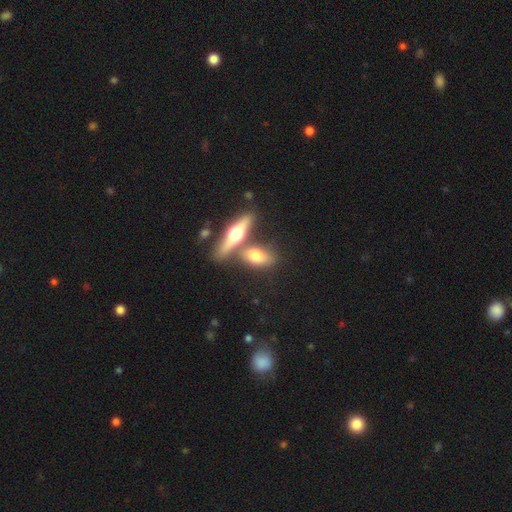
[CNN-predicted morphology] A smooth galaxy with no disk features (59%) that is in between round and cigar-shaped (66%). Merging: none (51%).